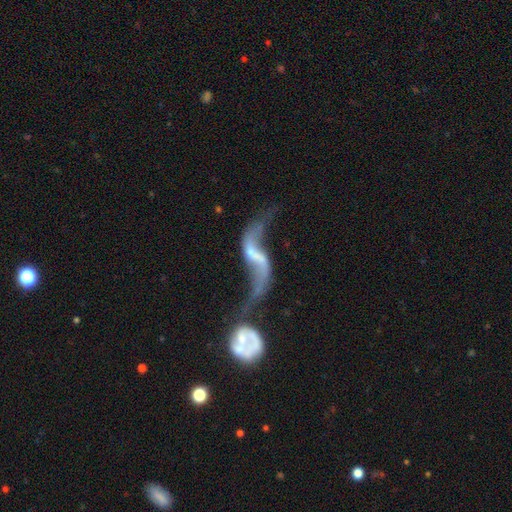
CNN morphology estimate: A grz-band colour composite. It shows a featured or disk galaxy (86%) with a weak bar (41%), 2 (92%) loose (96%) spiral arms (90%) and no central bulge (41%). Merging: none (37%).